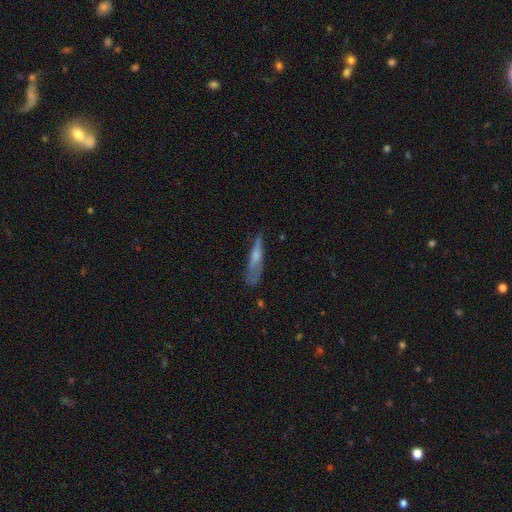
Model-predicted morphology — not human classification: Smooth or featured? smooth (47%)
Merging? none (56%)